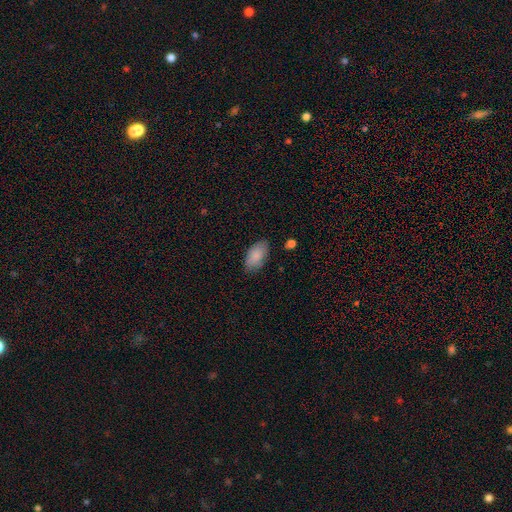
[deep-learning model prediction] Smooth or featured?
  - smooth: 85% *
  - featured or disk: 8%
  - star or artifact: 6%
How rounded?
  - in between: 94% *
  - round: 3%
  - cigar-shaped: 2%
Merging?
  - none: 81% *
  - minor disturbance: 15%
  - major disturbance: 3%
  - merger: 1%